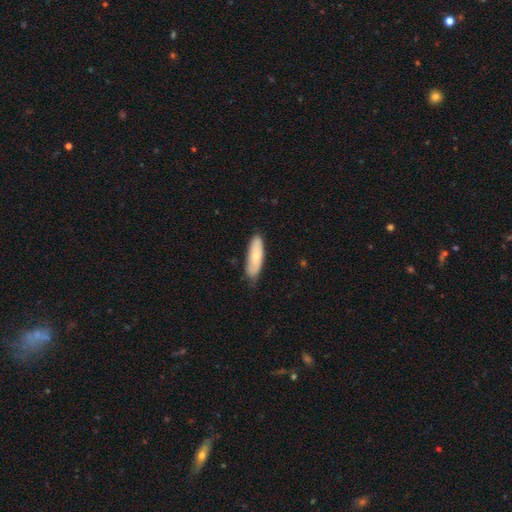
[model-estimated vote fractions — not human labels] Smooth or featured? Predicted: smooth (p=0.71). How rounded? Predicted: in between (p=0.52). Merging? Predicted: none (p=0.76).